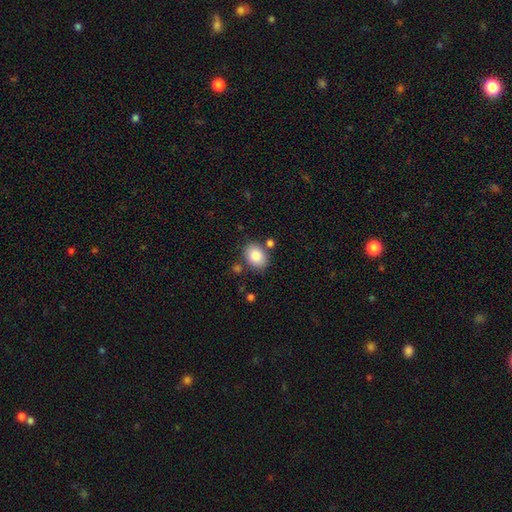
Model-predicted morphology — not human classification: Smooth or featured?
  - smooth: 84% *
  - star or artifact: 8%
  - featured or disk: 8%
How rounded?
  - in between: 70% *
  - round: 29%
  - cigar-shaped: 1%
Merging?
  - none: 78% *
  - minor disturbance: 12%
  - merger: 7%
  - major disturbance: 3%